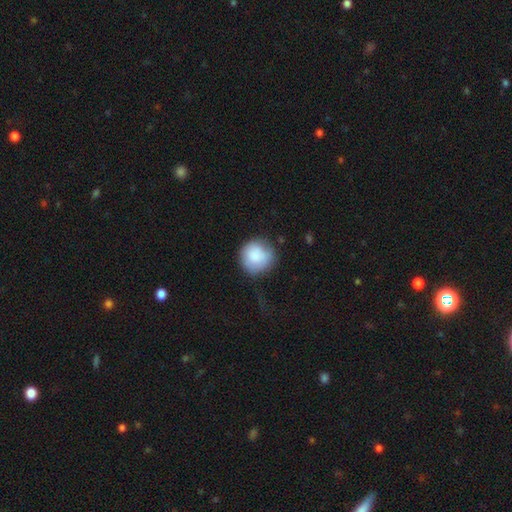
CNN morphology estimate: A smooth galaxy with no disk features (85%) that is round (91%). Merging: none (66%).